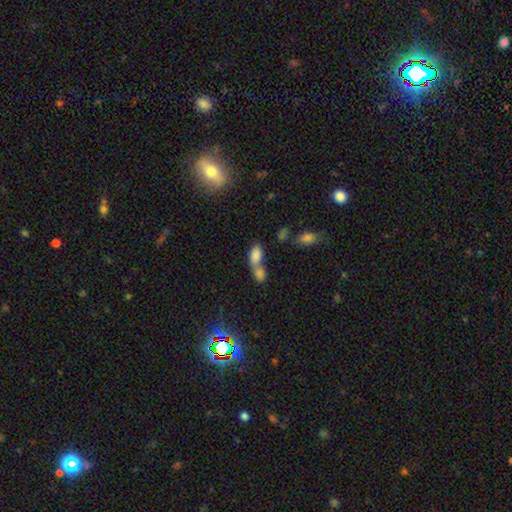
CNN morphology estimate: smooth_or_featured: smooth (p=0.81) [alt: star or artifact p=0.10]
how_rounded: in between (p=0.88) [alt: round p=0.08]
merging: merger (p=0.67) [alt: none p=0.22]